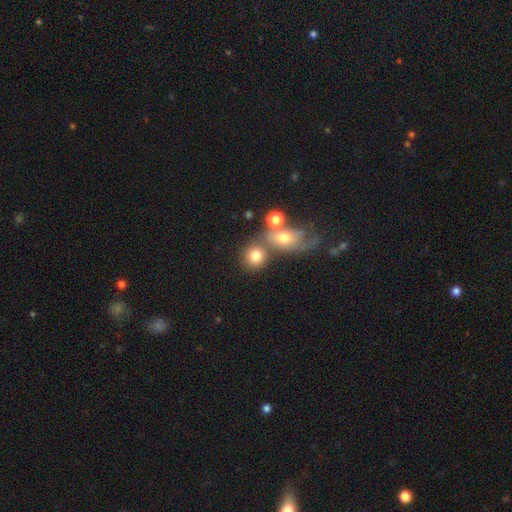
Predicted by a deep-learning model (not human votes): Morphology: type=smooth (74%); roundness=round (79%); merging=none (44%).